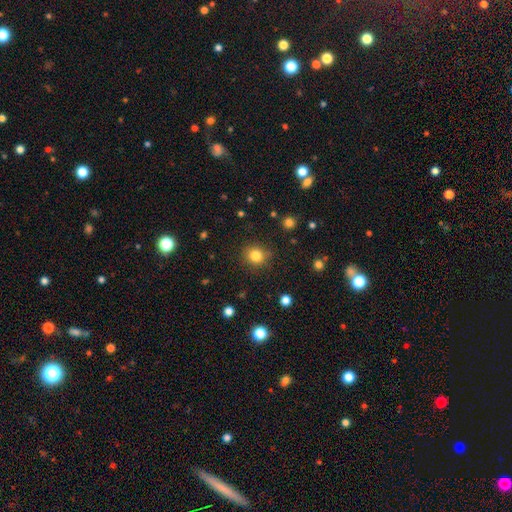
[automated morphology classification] Smooth or featured?
  - smooth: 82% *
  - star or artifact: 12%
  - featured or disk: 5%
How rounded?
  - round: 88% *
  - in between: 11%
  - cigar-shaped: 1%
Merging?
  - none: 86% *
  - minor disturbance: 9%
  - major disturbance: 3%
  - merger: 2%